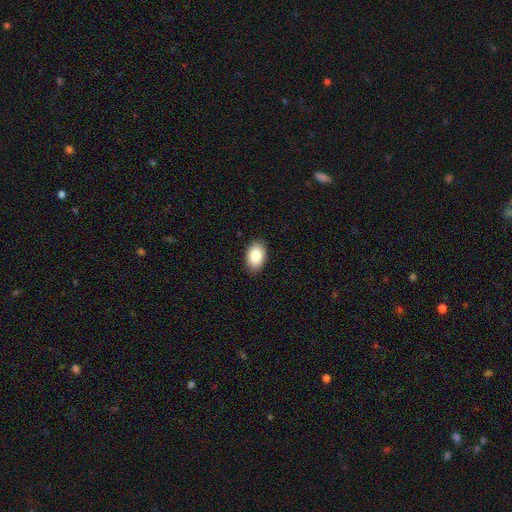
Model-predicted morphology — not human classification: smooth-or-featured: smooth: 85% | featured or disk: 7% | star or artifact: 7%
  how-rounded: in between: 86% | round: 12% | cigar-shaped: 1%
  merging: none: 88% | minor disturbance: 9% | major disturbance: 2% | merger: 1%